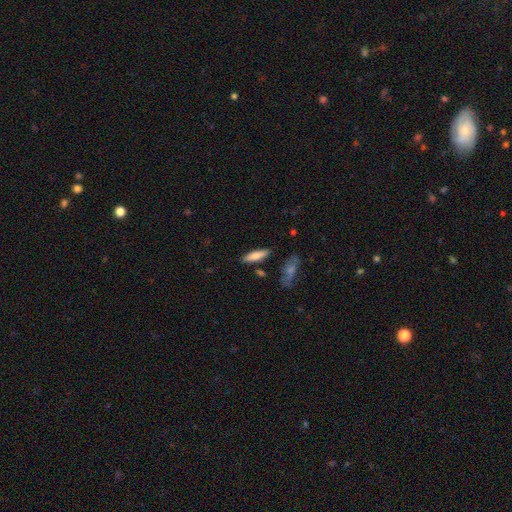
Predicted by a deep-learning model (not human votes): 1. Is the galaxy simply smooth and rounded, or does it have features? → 77% smooth, 17% featured or disk, 6% star or artifact.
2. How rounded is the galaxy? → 59% cigar-shaped, 39% in between, 2% round.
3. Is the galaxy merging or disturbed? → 83% none, 10% minor disturbance, 4% merger, 3% major disturbance.